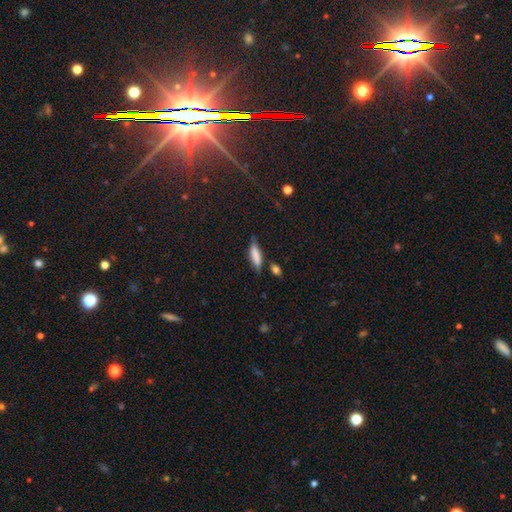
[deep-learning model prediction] A smooth galaxy with no disk features (73%) that is cigar-shaped (60%). Merging: none (63%).